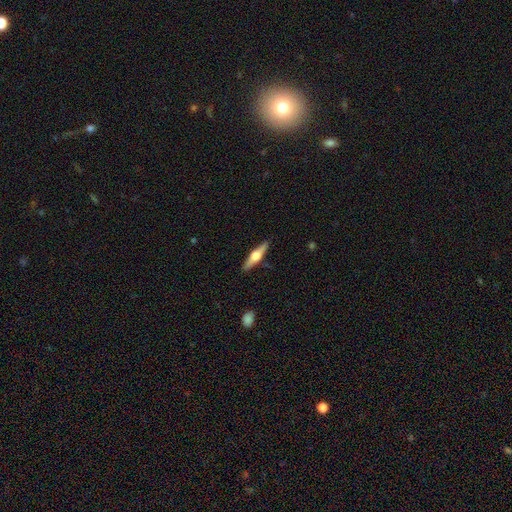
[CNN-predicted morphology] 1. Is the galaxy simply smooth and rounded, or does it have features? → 65% featured or disk, 29% smooth, 5% star or artifact.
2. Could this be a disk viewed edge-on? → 97% yes, 3% no.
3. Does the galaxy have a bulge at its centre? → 93% rounded, 5% boxy, 2% none.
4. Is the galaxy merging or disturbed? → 89% none, 8% minor disturbance, 2% major disturbance, 1% merger.